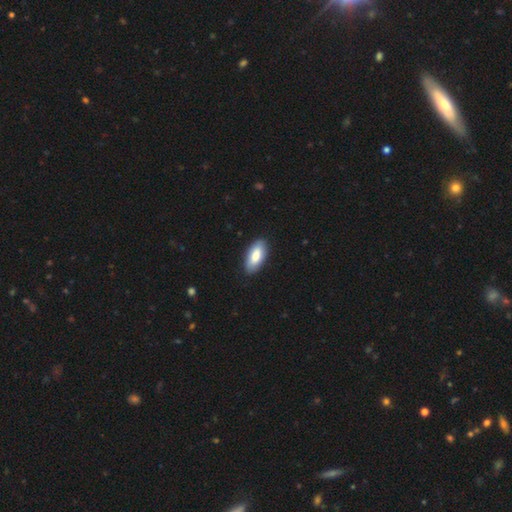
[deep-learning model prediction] Smooth or featured?
  - smooth: 84% *
  - featured or disk: 11%
  - star or artifact: 5%
How rounded?
  - in between: 88% *
  - cigar-shaped: 10%
  - round: 2%
Merging?
  - none: 88% *
  - minor disturbance: 10%
  - major disturbance: 2%
  - merger: 1%